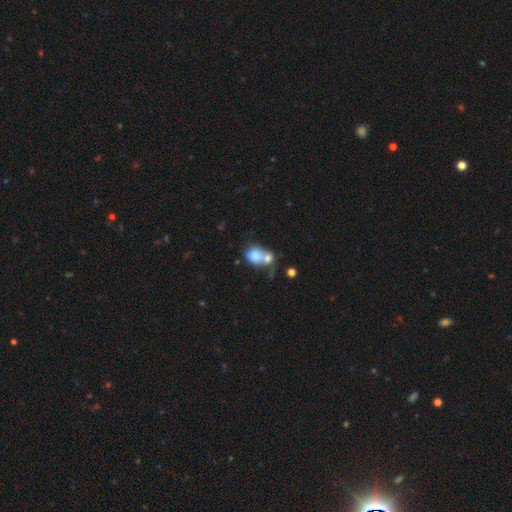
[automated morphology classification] Smooth or featured: smooth — 76% (featured or disk — 15%)
How rounded: round — 57% (in between — 42%)
Merging: merger — 64% (none — 21%)